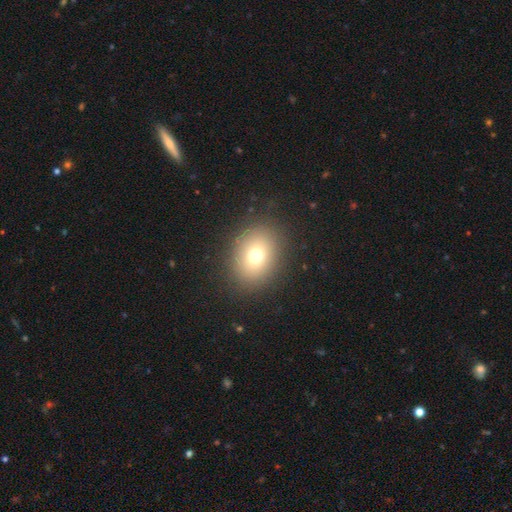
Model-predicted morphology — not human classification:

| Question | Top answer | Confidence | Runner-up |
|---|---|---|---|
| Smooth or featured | smooth | 72% | star or artifact (15%) |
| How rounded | round | 52% | in between (47%) |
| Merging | none | 86% | minor disturbance (8%) |